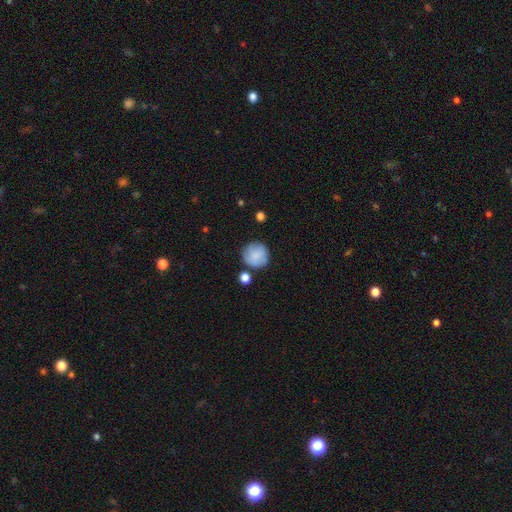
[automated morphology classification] A smooth galaxy with no disk features (81%) that is round (92%). Merging: none (74%).